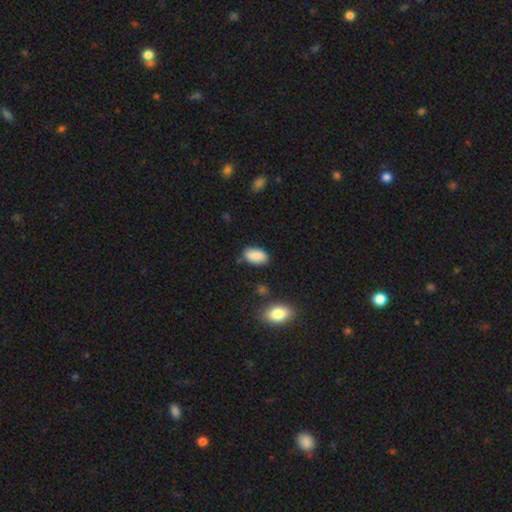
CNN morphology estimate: A smooth galaxy with no disk features (89%) that is in between round and cigar-shaped (94%). Merging: none (78%).